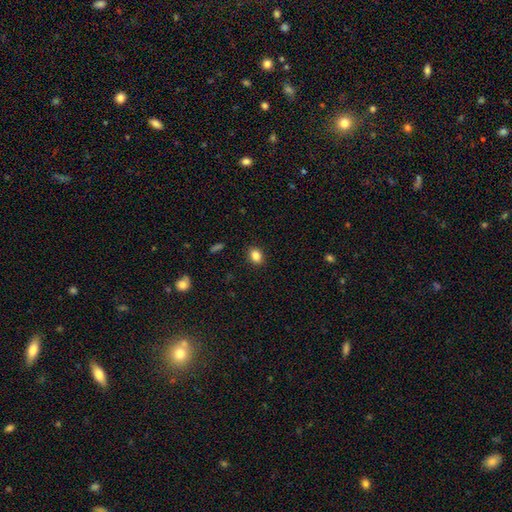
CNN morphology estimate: A smooth galaxy with no disk features (85%) that is in between round and cigar-shaped (60%).

Vote fractions:
- Smooth or featured? smooth: 85% / star or artifact: 10% / featured or disk: 5%
- How rounded? in between: 60% / round: 39% / cigar-shaped: 1%
- Merging? none: 89% / minor disturbance: 8% / major disturbance: 2% / merger: 1%